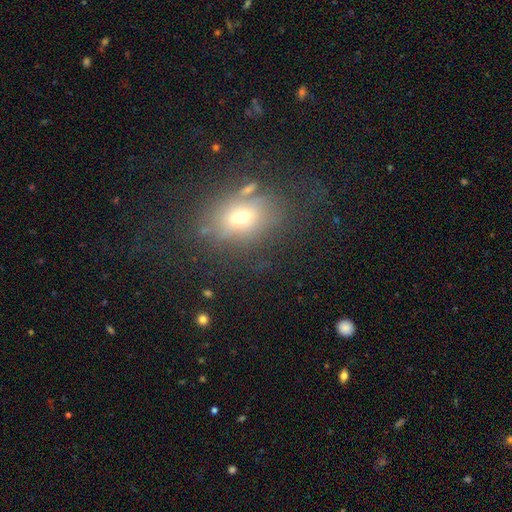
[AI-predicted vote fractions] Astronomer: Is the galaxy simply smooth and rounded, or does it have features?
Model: smooth — 56%.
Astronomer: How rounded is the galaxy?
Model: in between — 61% (runner-up: round, 36%).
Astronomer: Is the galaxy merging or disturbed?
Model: none — 72%.